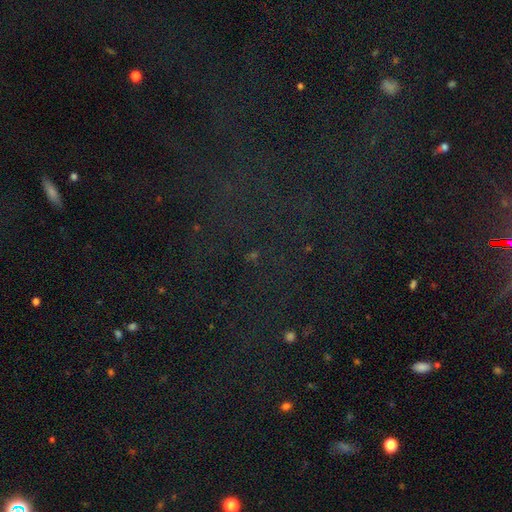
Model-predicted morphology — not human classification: This appears to be a star or artifact, not a galaxy (75%).